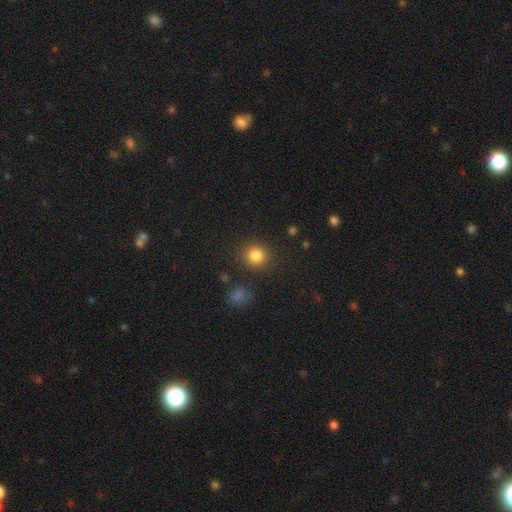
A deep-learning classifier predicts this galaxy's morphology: smooth_or_featured: smooth (p=0.84) [alt: star or artifact p=0.11]
how_rounded: round (p=0.89) [alt: in between p=0.10]
merging: none (p=0.88) [alt: minor disturbance p=0.07]